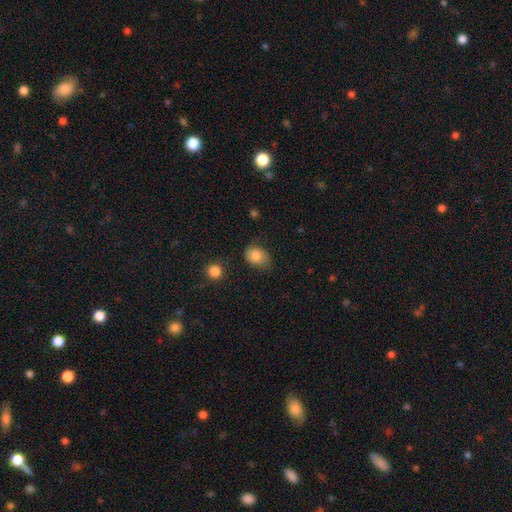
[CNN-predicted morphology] Smooth or featured? smooth (83%)
How rounded? in between (57%)
Merging? none (59%)